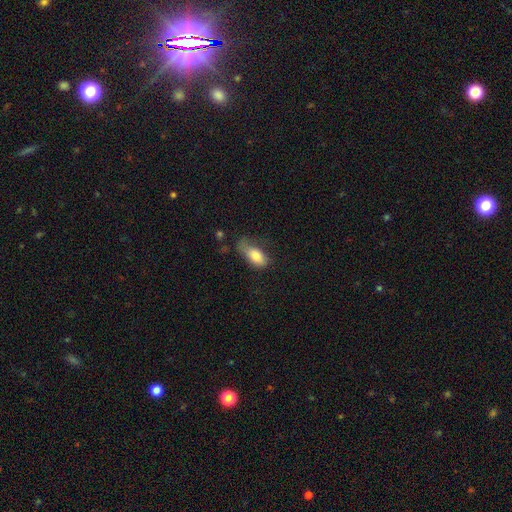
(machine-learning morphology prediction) This is clearly a smooth galaxy (80%). How rounded: clearly in between (90%). Merging: marginally minor disturbance (34%).